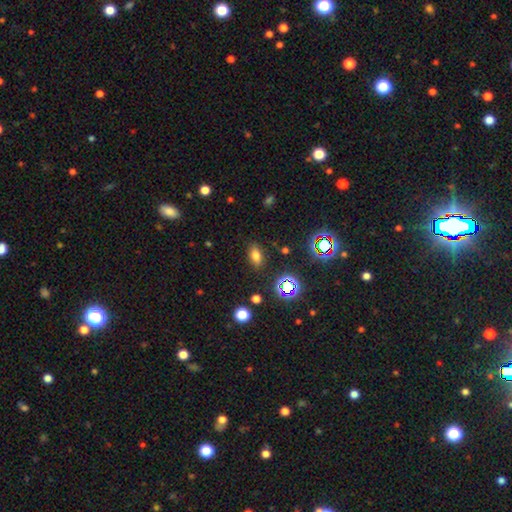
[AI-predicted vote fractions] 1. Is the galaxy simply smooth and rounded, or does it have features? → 72% smooth, 20% star or artifact, 8% featured or disk.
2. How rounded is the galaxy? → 84% in between, 11% round, 4% cigar-shaped.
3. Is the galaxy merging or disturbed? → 85% none, 10% minor disturbance, 3% major disturbance, 2% merger.